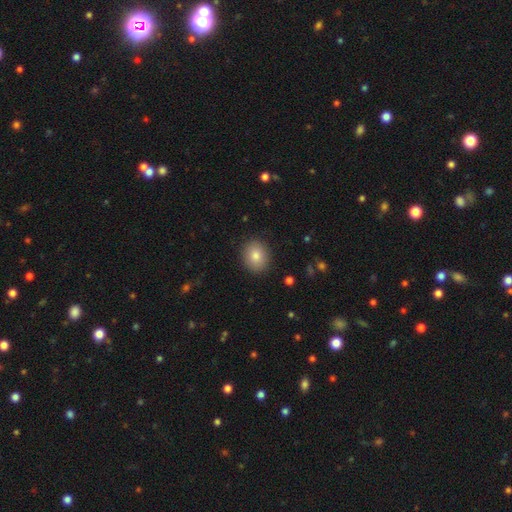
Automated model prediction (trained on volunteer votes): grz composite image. It shows a smooth galaxy with no disk features (82%) that is round (69%). Merging: none (90%).